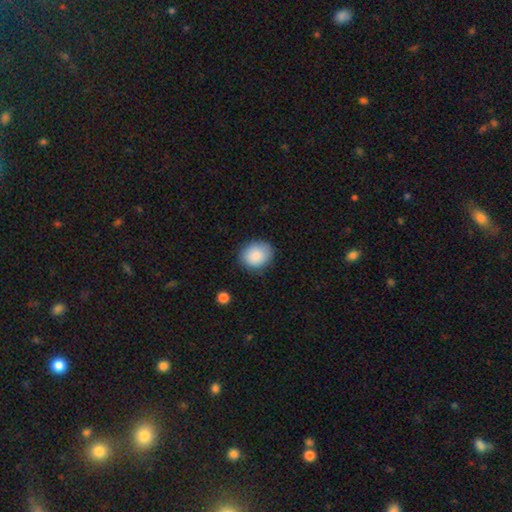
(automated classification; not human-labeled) smooth 87%, star or artifact 7%, featured or disk 6%. Down the decision tree: how rounded — round (59%); merging — none (82%).